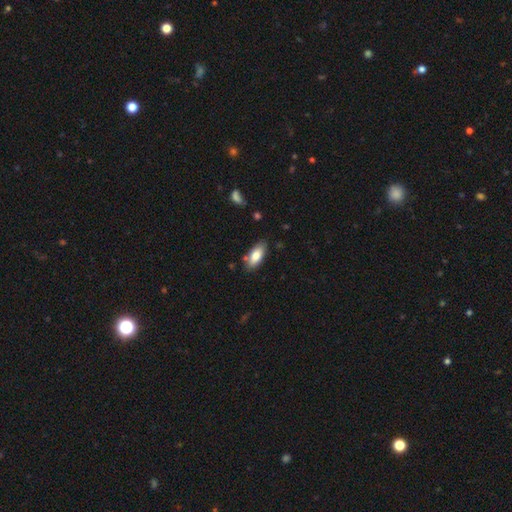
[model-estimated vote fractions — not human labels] smooth 81%, featured or disk 12%, star or artifact 6%. Down the decision tree: how rounded — in between (86%); merging — none (80%).